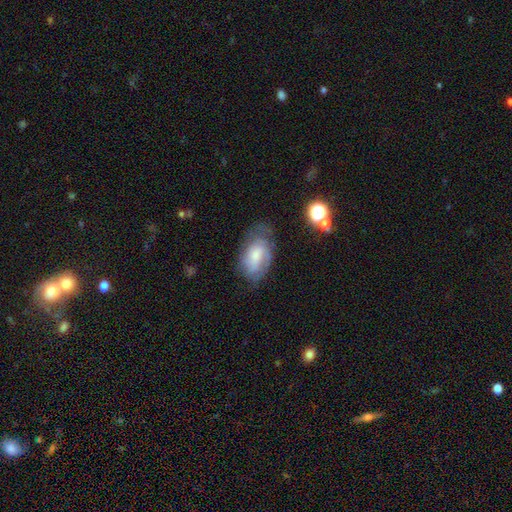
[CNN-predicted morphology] This appears to be a featured or disk galaxy (50%). Merging: none (55%).